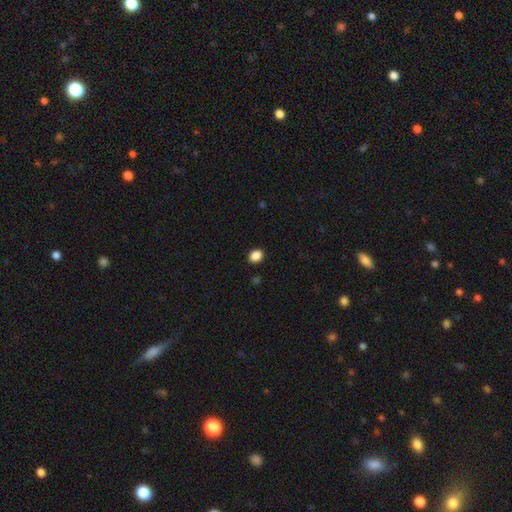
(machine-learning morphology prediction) smooth_or_featured: smooth (p=0.87) [alt: star or artifact p=0.10]
how_rounded: round (p=0.60) [alt: in between p=0.39]
merging: none (p=0.91) [alt: minor disturbance p=0.06]